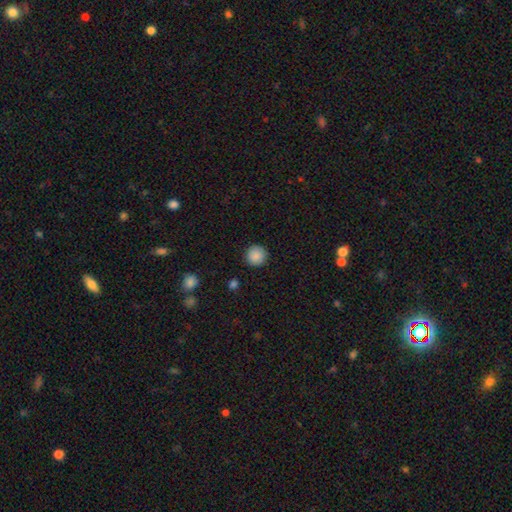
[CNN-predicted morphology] A smooth galaxy with no disk features (88%) that is round (94%).

Vote fractions:
- Smooth or featured? smooth: 88% / star or artifact: 8% / featured or disk: 4%
- How rounded? round: 94% / in between: 5% / cigar-shaped: 1%
- Merging? none: 90% / minor disturbance: 7% / major disturbance: 2% / merger: 1%